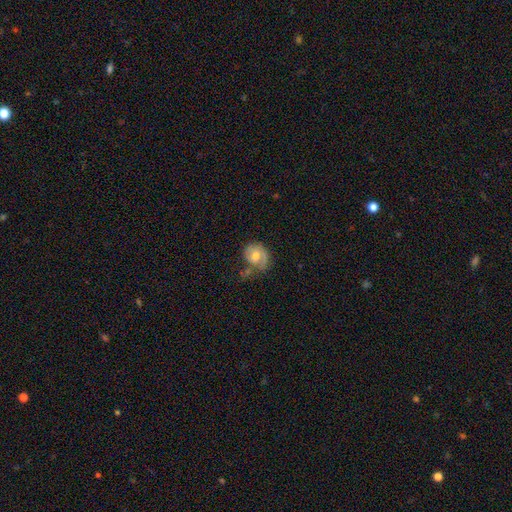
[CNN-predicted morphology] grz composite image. It shows a smooth galaxy with no disk features (49%). Merging: none (48%).